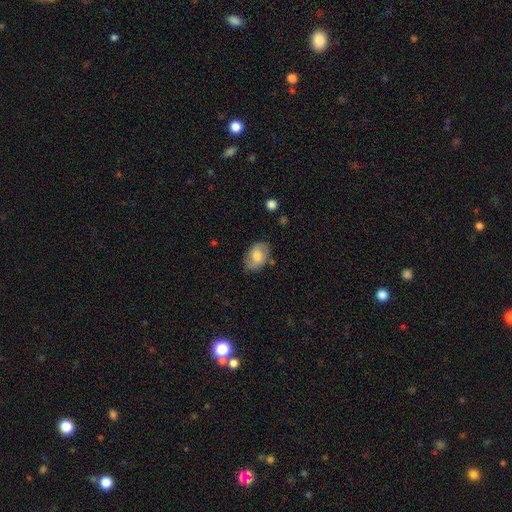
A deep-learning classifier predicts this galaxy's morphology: Overall: smooth (59%; featured or disk 34%). How rounded: in between (84%). Merging: none (75%).